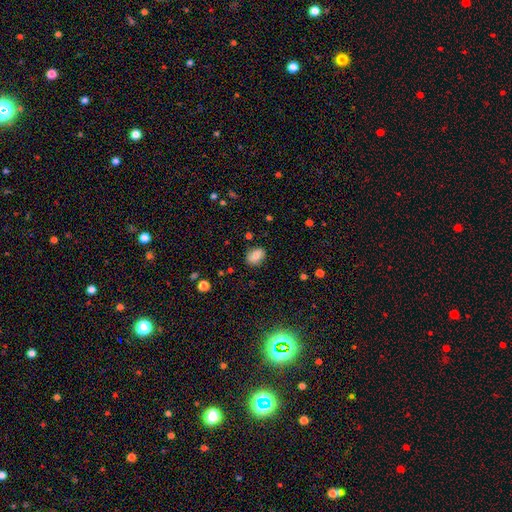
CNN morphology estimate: Smooth or featured?
  - smooth: 78% *
  - featured or disk: 12%
  - star or artifact: 10%
How rounded?
  - in between: 72% *
  - round: 27%
  - cigar-shaped: 1%
Merging?
  - none: 78% *
  - minor disturbance: 16%
  - major disturbance: 4%
  - merger: 2%